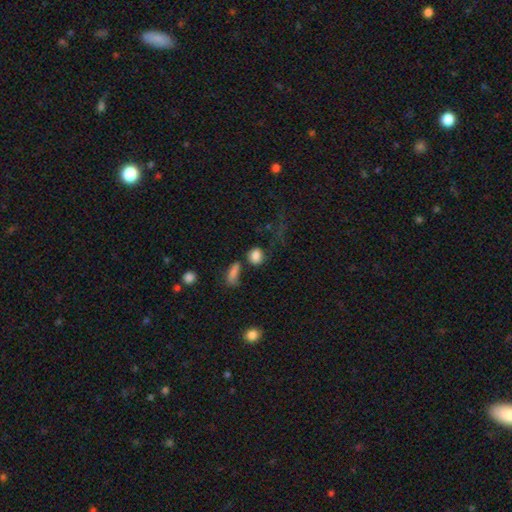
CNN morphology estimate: This appears to be a smooth galaxy with no disk features (84%) that is round (58%). Merging: none (61%).